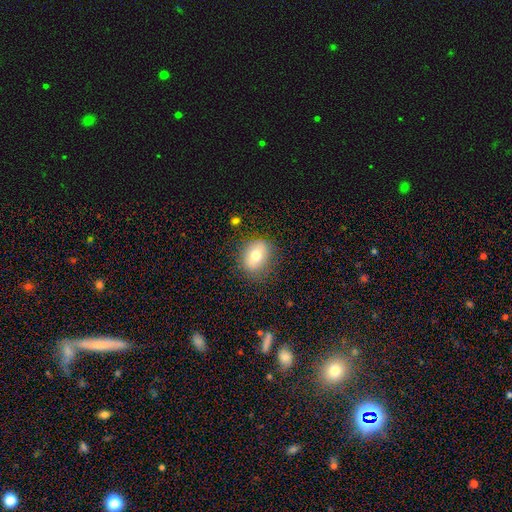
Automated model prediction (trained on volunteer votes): A smooth galaxy with no disk features (71%) that is in between round and cigar-shaped (50%).

Vote fractions:
- Smooth or featured? smooth: 71% / featured or disk: 19% / star or artifact: 10%
- How rounded? in between: 50% / round: 49% / cigar-shaped: 1%
- Merging? none: 81% / minor disturbance: 13% / major disturbance: 4% / merger: 1%